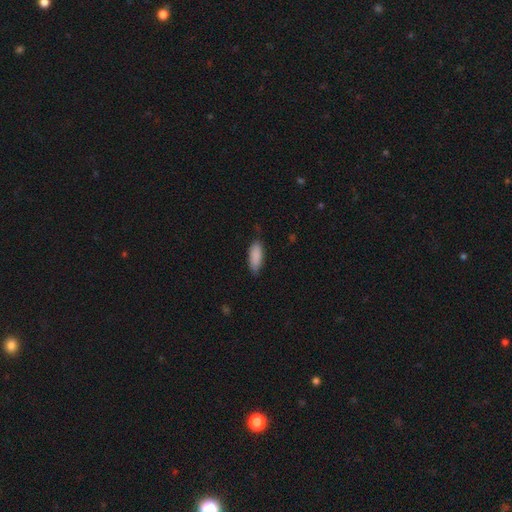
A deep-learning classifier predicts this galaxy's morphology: A smooth galaxy with no disk features (89%) that is in between round and cigar-shaped (73%). Merging: none (79%).